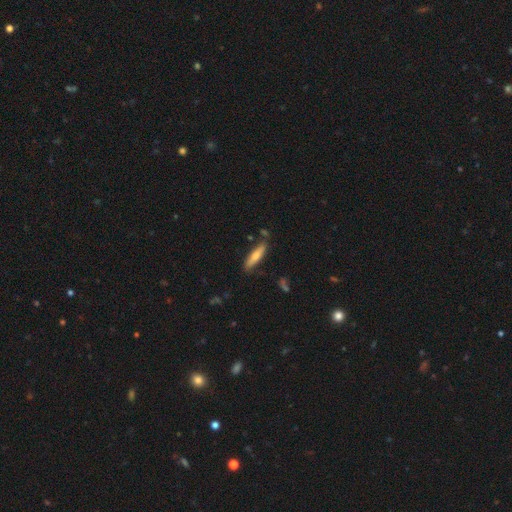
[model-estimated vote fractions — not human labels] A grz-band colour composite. It shows a smooth galaxy with no disk features (62%) that is cigar-shaped (79%). Merging: none (81%).